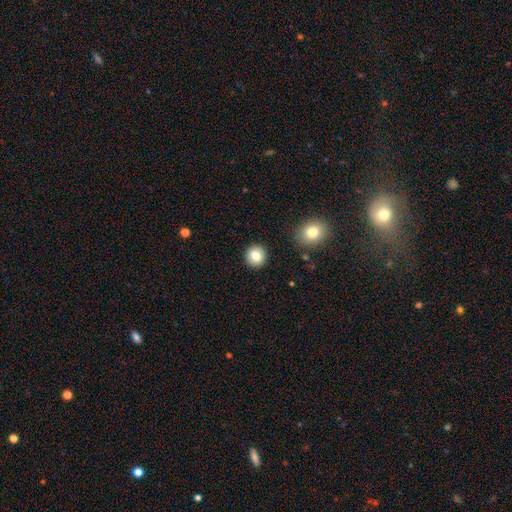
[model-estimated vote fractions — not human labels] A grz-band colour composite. It shows a smooth galaxy with no disk features (82%) that is round (92%). Merging: none (91%).